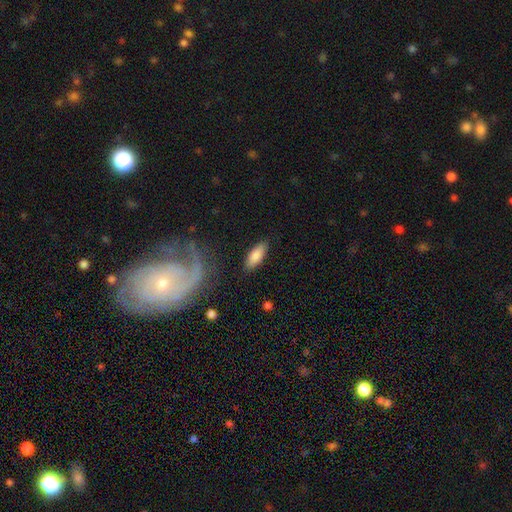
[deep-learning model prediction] smooth 82%, featured or disk 12%, star or artifact 7%. Down the decision tree: how rounded — in between (73%); merging — none (85%).